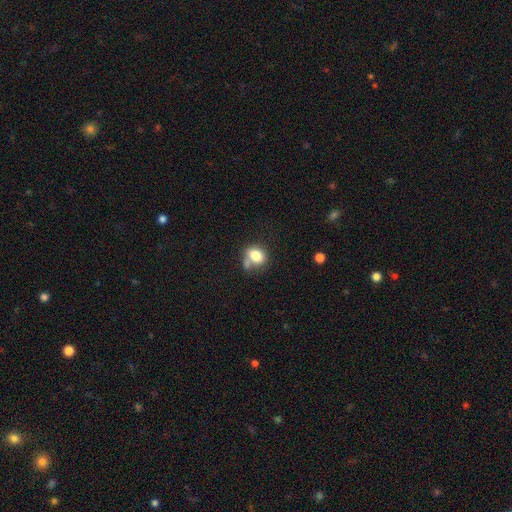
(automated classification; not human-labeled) Smooth or featured?
  - smooth: 80% *
  - featured or disk: 11%
  - star or artifact: 9%
How rounded?
  - in between: 53% *
  - round: 46%
  - cigar-shaped: 1%
Merging?
  - none: 44% *
  - merger: 24%
  - minor disturbance: 22%
  - major disturbance: 10%